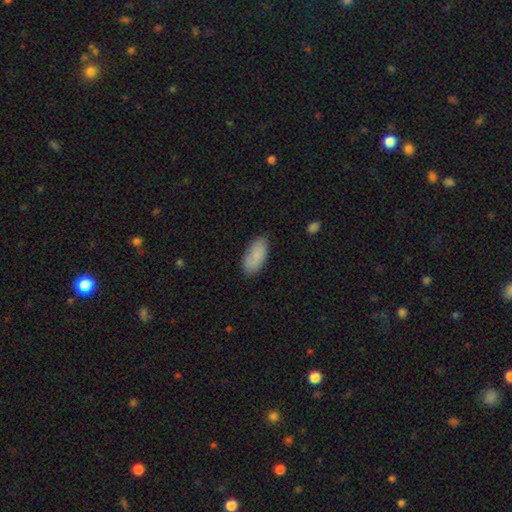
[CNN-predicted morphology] A smooth galaxy with no disk features (77%) that is in between round and cigar-shaped (93%).

Vote fractions:
- Smooth or featured? smooth: 77% / featured or disk: 16% / star or artifact: 7%
- How rounded? in between: 93% / cigar-shaped: 5% / round: 2%
- Merging? none: 80% / minor disturbance: 16% / major disturbance: 3% / merger: 1%